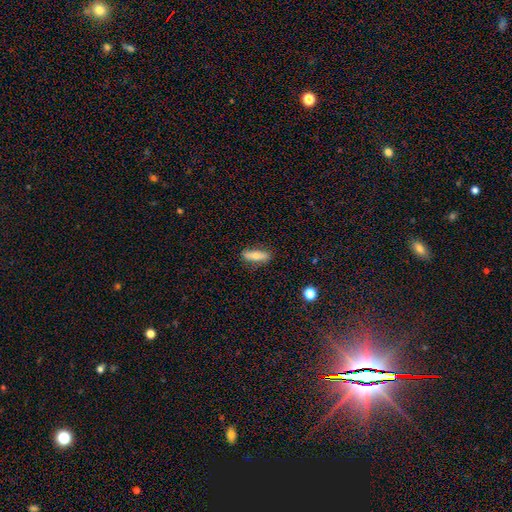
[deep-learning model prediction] Smooth or featured?
  - smooth: 69% *
  - featured or disk: 24%
  - star or artifact: 7%
How rounded?
  - cigar-shaped: 51% *
  - in between: 46%
  - round: 3%
Merging?
  - none: 84% *
  - minor disturbance: 12%
  - major disturbance: 3%
  - merger: 1%